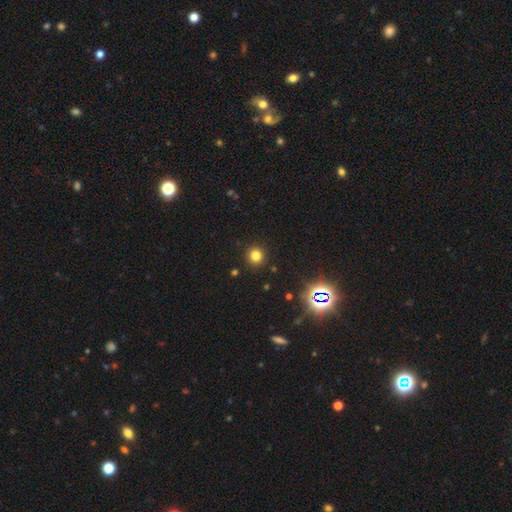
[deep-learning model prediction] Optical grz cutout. It shows a smooth galaxy with no disk features (78%) that is round (92%). Merging: none (91%).